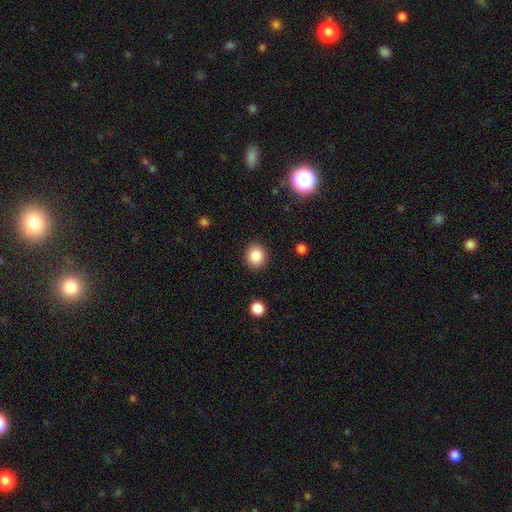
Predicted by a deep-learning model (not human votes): A smooth galaxy with no disk features (85%) that is round (81%).

Vote fractions:
- Smooth or featured? smooth: 85% / star or artifact: 10% / featured or disk: 5%
- How rounded? round: 81% / in between: 18% / cigar-shaped: 1%
- Merging? none: 90% / minor disturbance: 7% / major disturbance: 2% / merger: 1%